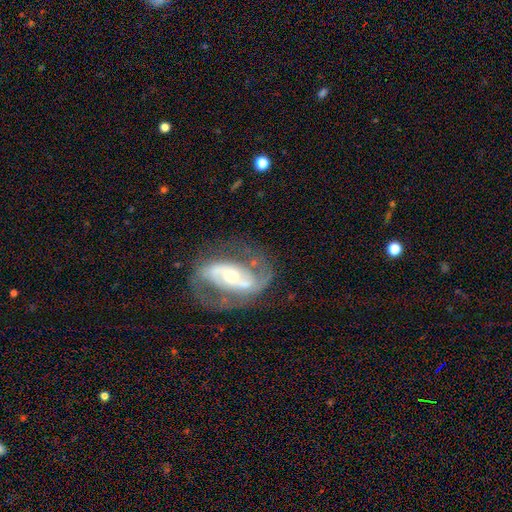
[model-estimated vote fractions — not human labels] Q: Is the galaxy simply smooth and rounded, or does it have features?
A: featured or disk — 85%.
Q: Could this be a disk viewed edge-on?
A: no — 95%.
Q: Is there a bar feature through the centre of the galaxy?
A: strong — 52%.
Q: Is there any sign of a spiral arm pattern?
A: yes — 91%.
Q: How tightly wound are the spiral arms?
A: medium — 49%.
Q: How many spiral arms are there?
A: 2 — 89%.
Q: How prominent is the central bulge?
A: moderate — 49%.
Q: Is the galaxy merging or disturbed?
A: none — 75%.